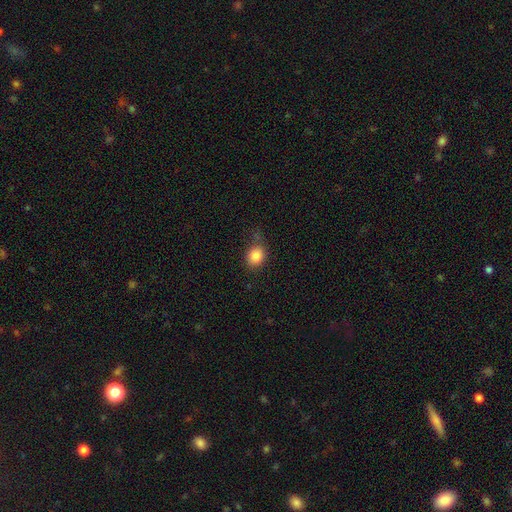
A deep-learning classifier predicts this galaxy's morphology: Smooth or featured: smooth — 85% (star or artifact — 10%)
How rounded: round — 64% (in between — 35%)
Merging: none — 62% (minor disturbance — 26%)